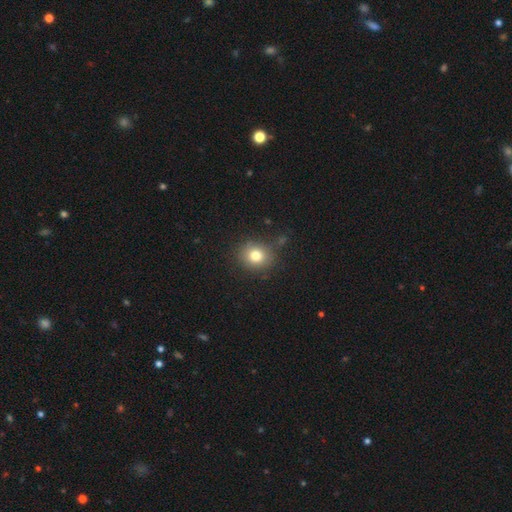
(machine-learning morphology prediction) Smooth or featured? Predicted: smooth (p=0.79). How rounded? Predicted: round (p=0.75). Merging? Predicted: none (p=0.82).